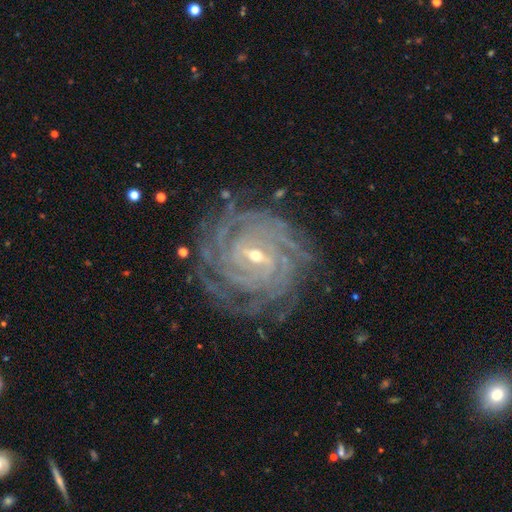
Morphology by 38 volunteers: This is clearly a featured or disk galaxy (92%). It is clearly not viewed edge-on (100%). Bar: possibly weak (51%). Spiral arm pattern: clearly yes (100%). Spiral arm count: likely more than 4 (66%). Spiral winding: clearly tight (83%). Central bulge: likely small (66%). Merging: clearly none (83%).